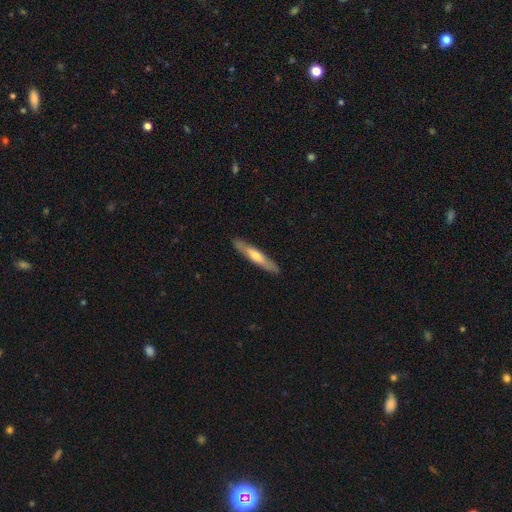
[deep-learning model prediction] smooth-or-featured: featured or disk: 48% | smooth: 47% | star or artifact: 5%
  merging: none: 89% | minor disturbance: 8% | major disturbance: 2% | merger: 1%